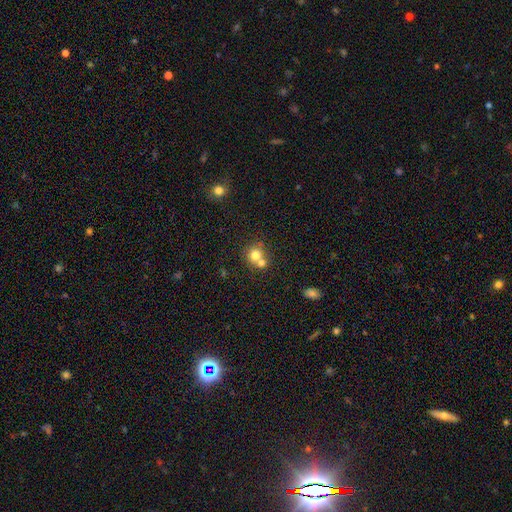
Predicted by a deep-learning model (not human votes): Smooth or featured: smooth — 75% (featured or disk — 13%)
How rounded: round — 85% (in between — 14%)
Merging: merger — 49% (none — 42%)